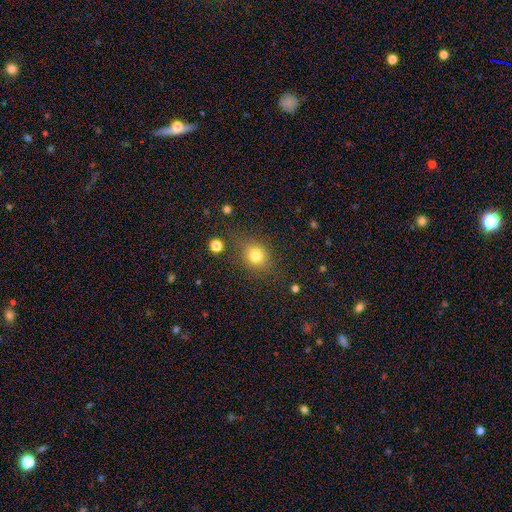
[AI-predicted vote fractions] Smooth or featured? Predicted: smooth (p=0.79). How rounded? Predicted: round (p=0.73). Merging? Predicted: none (p=0.78).